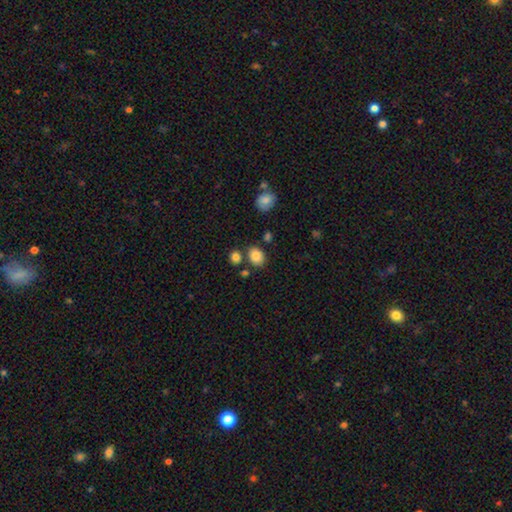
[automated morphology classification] This is clearly a smooth galaxy (84%). How rounded: possibly in between (57%). Merging: likely none (74%).